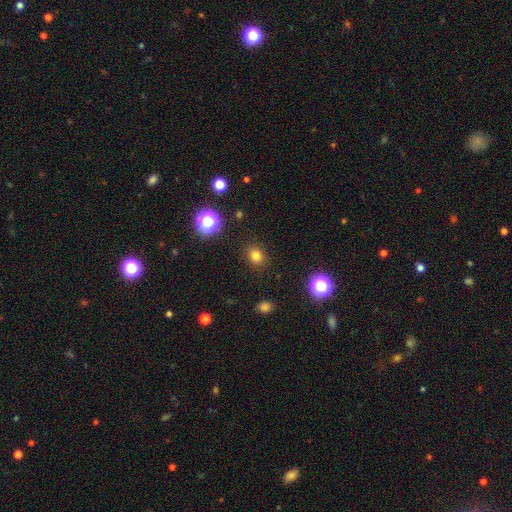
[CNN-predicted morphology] smooth 78%, star or artifact 16%, featured or disk 6%. Down the decision tree: how rounded — round (71%); merging — none (89%).